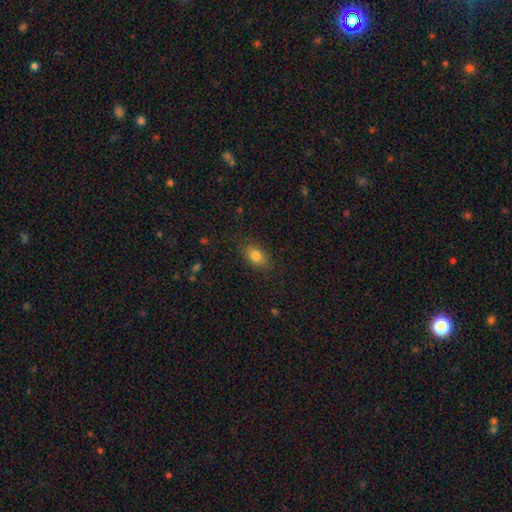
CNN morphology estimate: This appears to be a smooth galaxy with no disk features (81%) that is in between round and cigar-shaped (81%). Merging: none (82%).